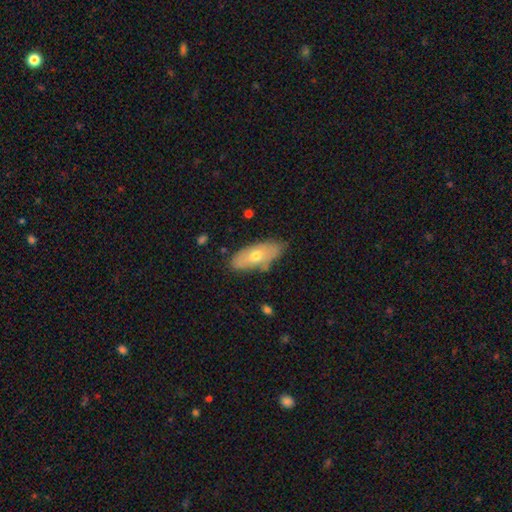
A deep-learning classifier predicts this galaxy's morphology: A smooth galaxy with no disk features (59%) that is in between round and cigar-shaped (83%).

Vote fractions:
- Smooth or featured? smooth: 59% / featured or disk: 35% / star or artifact: 6%
- How rounded? in between: 83% / cigar-shaped: 14% / round: 3%
- Merging? none: 76% / minor disturbance: 18% / major disturbance: 3% / merger: 3%